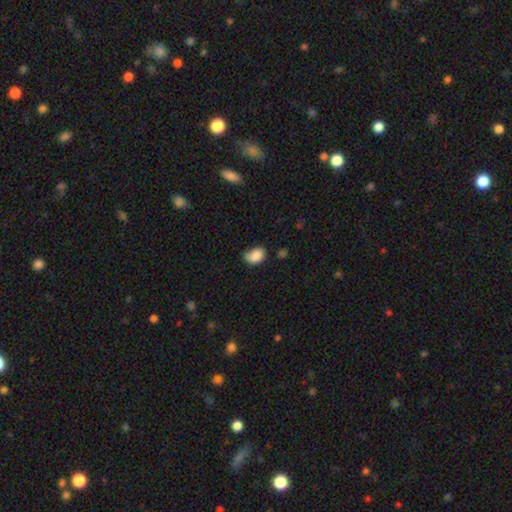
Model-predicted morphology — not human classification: This is clearly a smooth galaxy (84%). How rounded: likely in between (76%). Merging: marginally none (44%).